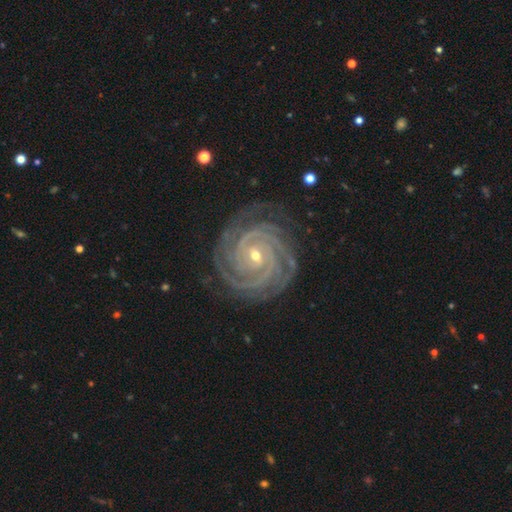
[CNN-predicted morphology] smooth-or-featured: featured or disk: 94% | star or artifact: 4% | smooth: 2%
  disk-edge-on: no: 98% | yes: 2%
    bar: no: 44% | weak: 35% | strong: 21%
    has-spiral-arms: yes: 99% | no: 1%
      spiral-winding: tight: 87% | medium: 11% | loose: 1%
      spiral-arm-count: 4: 28% | 3: 25% | 2: 14% | more than 4: 14% | can't tell: 11% | 1: 7%
    bulge-size: small: 62% | moderate: 36% | large: 1% | none: 1% | dominant: 1%
  merging: none: 81% | minor disturbance: 14% | major disturbance: 4% | merger: 1%